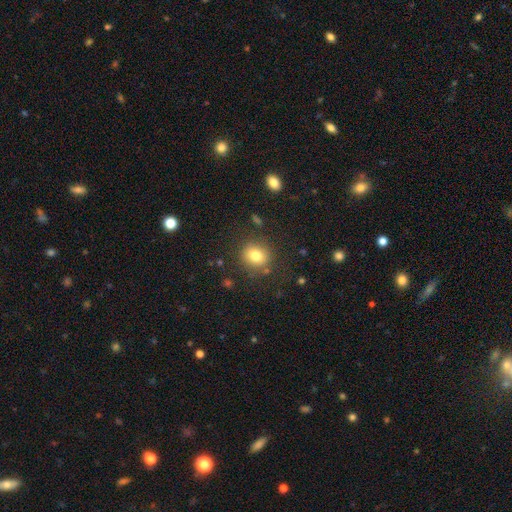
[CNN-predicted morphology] Q: Smooth or featured?
A: smooth (79%); runner-up: star or artifact (12%)
Q: How rounded?
A: round (82%); runner-up: in between (17%)
Q: Merging?
A: none (83%); runner-up: minor disturbance (10%)